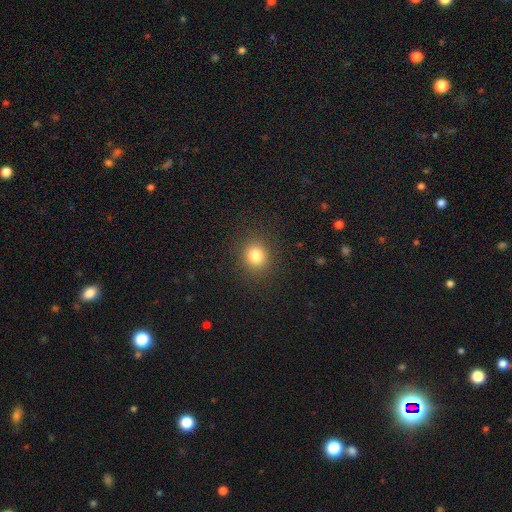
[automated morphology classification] Smooth or featured: smooth — 81% (star or artifact — 12%)
How rounded: round — 85% (in between — 14%)
Merging: none — 90% (minor disturbance — 7%)